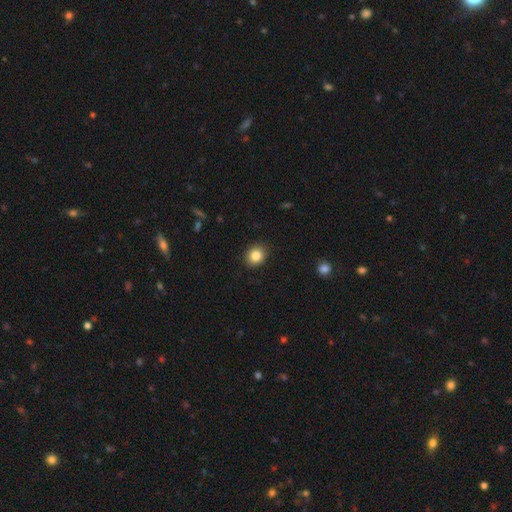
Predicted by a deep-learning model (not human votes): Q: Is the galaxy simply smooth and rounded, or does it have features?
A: smooth — 85%.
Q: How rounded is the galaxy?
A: round — 63%.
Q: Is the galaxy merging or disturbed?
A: none — 89%.